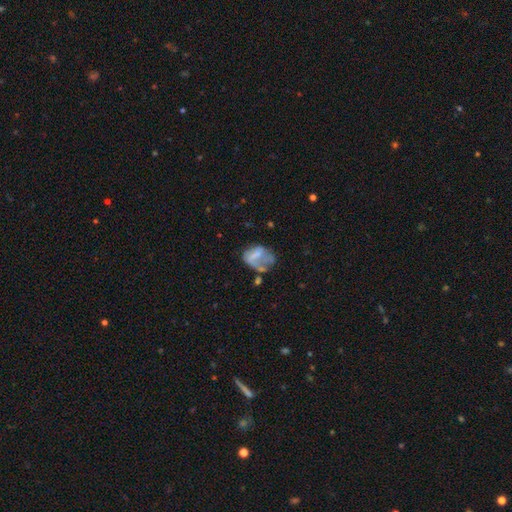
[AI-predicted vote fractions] A smooth galaxy with no disk features (45%). Merging: major disturbance (37%).